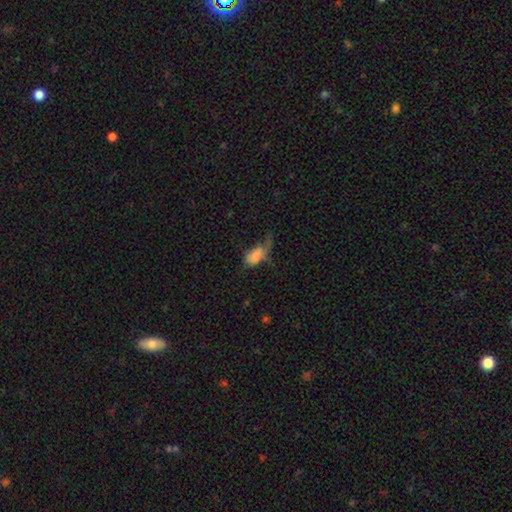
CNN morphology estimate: Overall: smooth (68%). How rounded: in between (89%). Merging: major disturbance (50%; minor disturbance 23%).